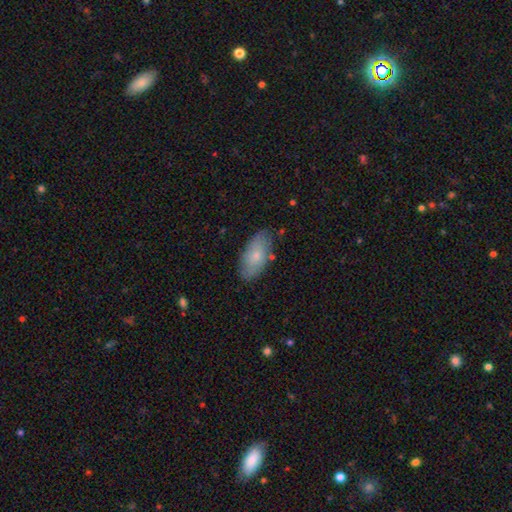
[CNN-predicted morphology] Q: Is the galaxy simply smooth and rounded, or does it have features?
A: smooth — 71%.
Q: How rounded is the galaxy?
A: in between — 92%.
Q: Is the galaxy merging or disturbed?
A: none — 80%.